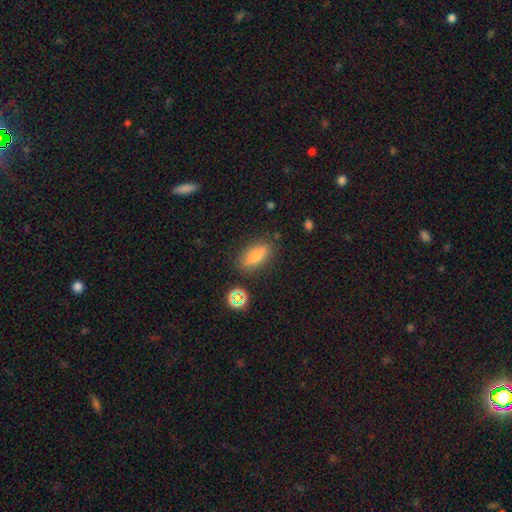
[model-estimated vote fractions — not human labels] Morphology: type=smooth (71%); roundness=in between (64%); merging=none (83%).